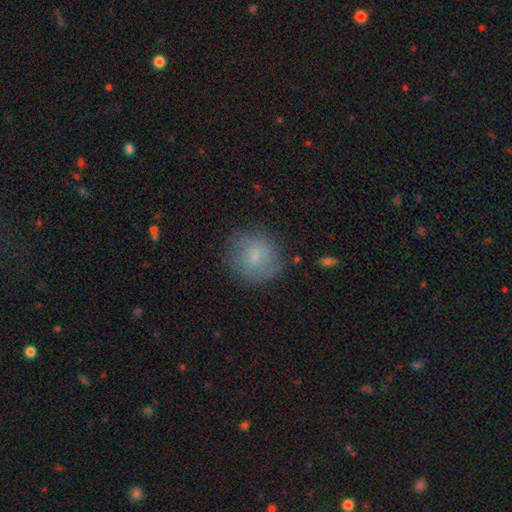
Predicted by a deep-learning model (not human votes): The model was most divided on "smooth or featured": smooth: 72%, featured or disk: 20%, star or artifact: 8%. More confident: how rounded — round (87%); merging — none (79%).